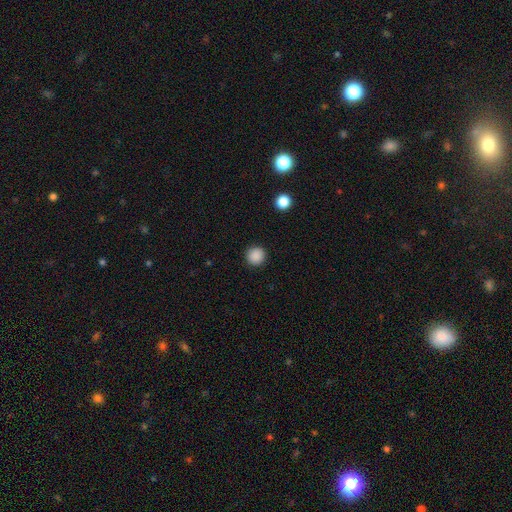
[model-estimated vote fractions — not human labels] Smooth or featured? smooth (88%)
How rounded? round (95%)
Merging? none (92%)